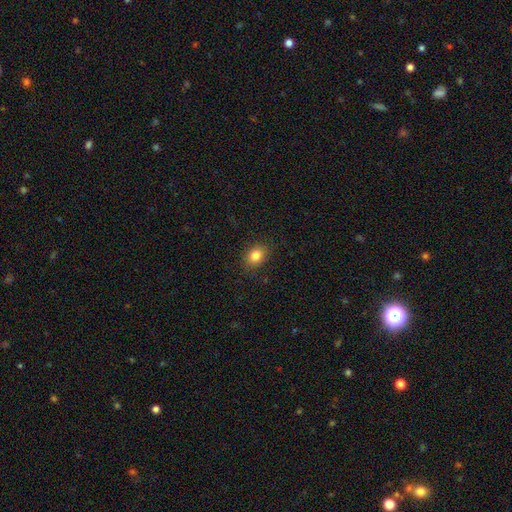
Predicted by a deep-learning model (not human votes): Overall: smooth (83%). How rounded: in between (54%; round 45%). Merging: none (86%).